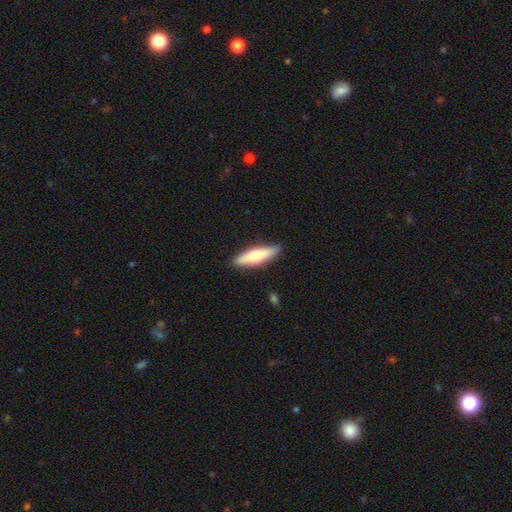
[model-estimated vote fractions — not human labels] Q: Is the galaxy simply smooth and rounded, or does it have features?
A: smooth — 58%.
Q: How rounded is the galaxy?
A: cigar-shaped — 69%.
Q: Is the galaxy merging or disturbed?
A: none — 89%.